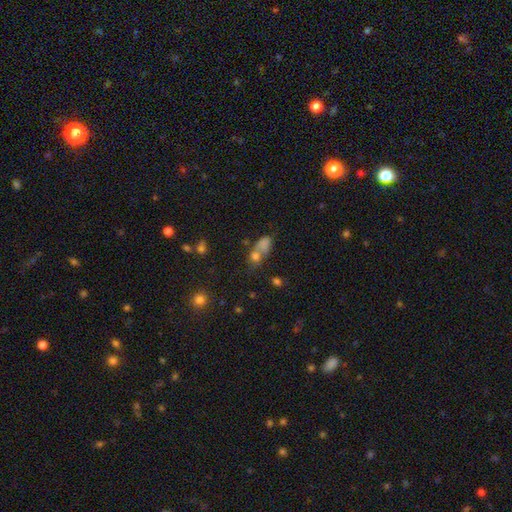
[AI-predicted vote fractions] This is possibly a smooth galaxy (58%). How rounded: possibly in between (50%). Merging: possibly merger (48%).